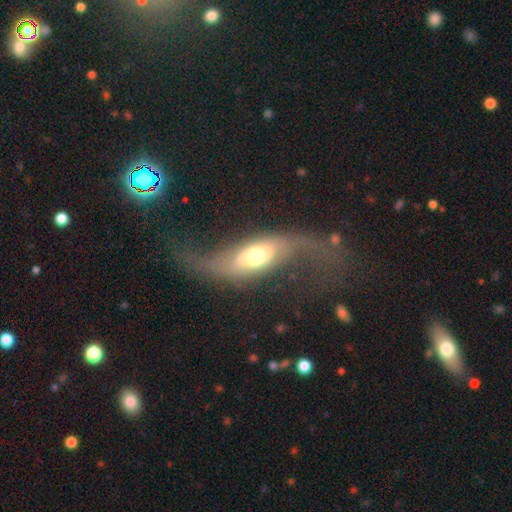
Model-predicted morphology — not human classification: The model was most divided on "merging": none: 40%, major disturbance: 39%, minor disturbance: 17%, merger: 4%. More confident: edge-on disk — no (82%); spiral arms — yes (79%); smooth or featured — featured or disk (69%); bulge size — moderate (61%); bar — no (56%).